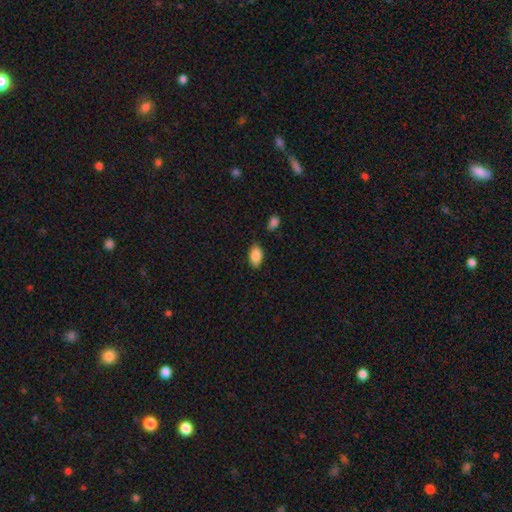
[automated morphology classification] Smooth or featured? Predicted: smooth (p=0.87). How rounded? Predicted: in between (p=0.92). Merging? Predicted: none (p=0.81).